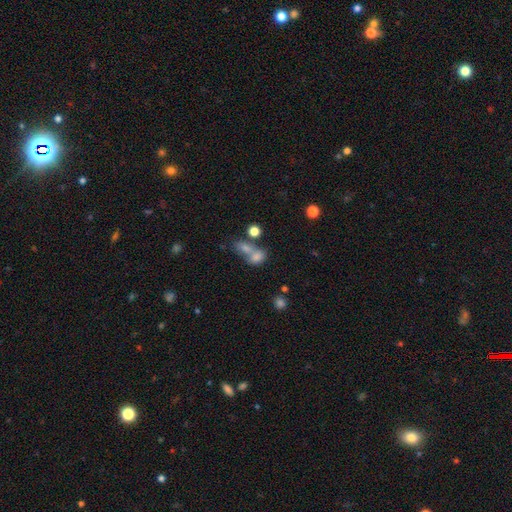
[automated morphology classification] smooth-or-featured: smooth: 73% | star or artifact: 14% | featured or disk: 13%
  how-rounded: in between: 63% | round: 34% | cigar-shaped: 3%
  merging: merger: 56% | none: 27% | minor disturbance: 9% | major disturbance: 7%